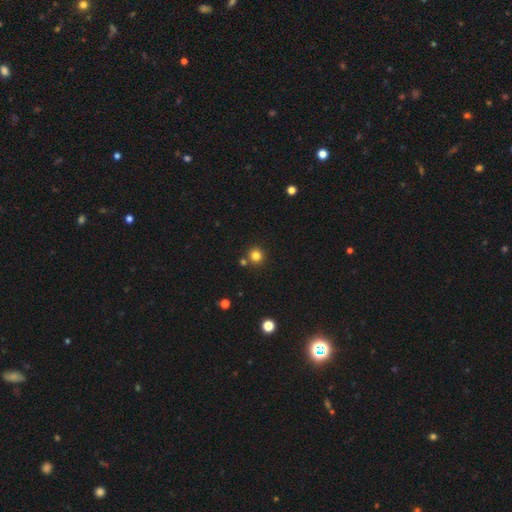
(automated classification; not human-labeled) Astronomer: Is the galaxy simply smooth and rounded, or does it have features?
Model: smooth — 81%.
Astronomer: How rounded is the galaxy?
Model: round — 94%.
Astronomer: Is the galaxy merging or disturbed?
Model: none — 82%.